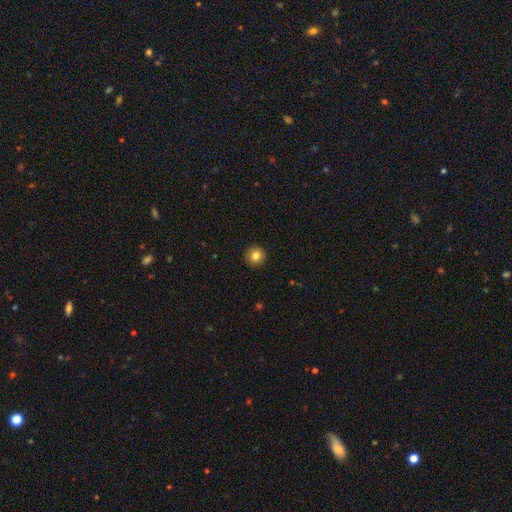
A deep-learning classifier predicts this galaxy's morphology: smooth 83%, star or artifact 10%, featured or disk 7%. Down the decision tree: how rounded — round (95%); merging — none (93%).